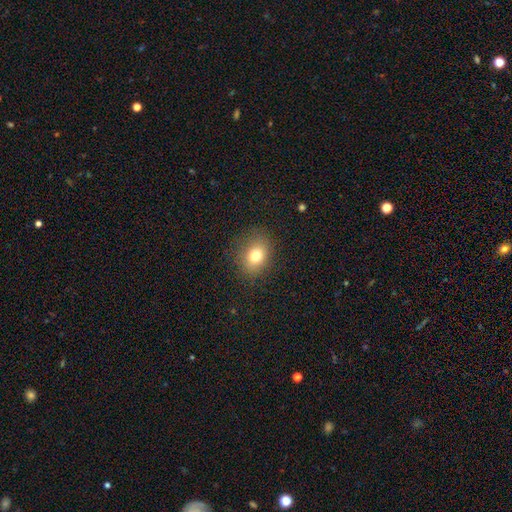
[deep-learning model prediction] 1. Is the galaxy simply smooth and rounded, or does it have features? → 77% smooth, 13% star or artifact, 11% featured or disk.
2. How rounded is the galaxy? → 51% in between, 48% round, 1% cigar-shaped.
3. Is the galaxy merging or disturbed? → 86% none, 10% minor disturbance, 4% major disturbance, 1% merger.